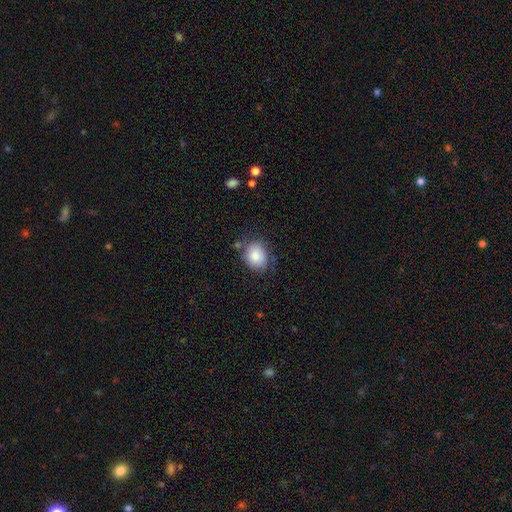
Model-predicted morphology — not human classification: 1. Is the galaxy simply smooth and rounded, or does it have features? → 84% smooth, 8% star or artifact, 8% featured or disk.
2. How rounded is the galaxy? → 56% round, 43% in between, 1% cigar-shaped.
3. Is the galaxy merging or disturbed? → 71% none, 20% minor disturbance, 5% major disturbance, 5% merger.